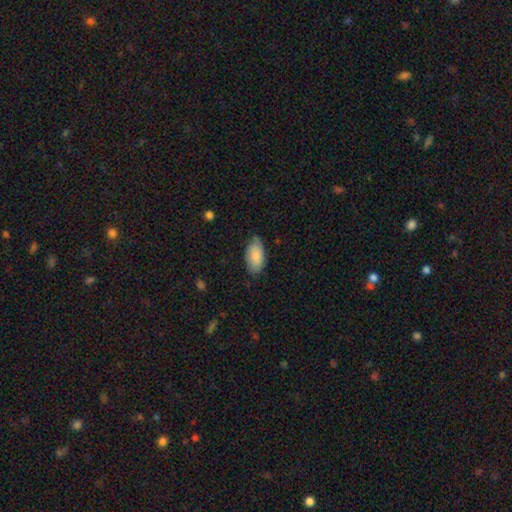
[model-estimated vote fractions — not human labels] Smooth or featured?
  - smooth: 83% *
  - featured or disk: 11%
  - star or artifact: 6%
How rounded?
  - in between: 94% *
  - cigar-shaped: 3%
  - round: 3%
Merging?
  - none: 70% *
  - minor disturbance: 25%
  - major disturbance: 4%
  - merger: 1%